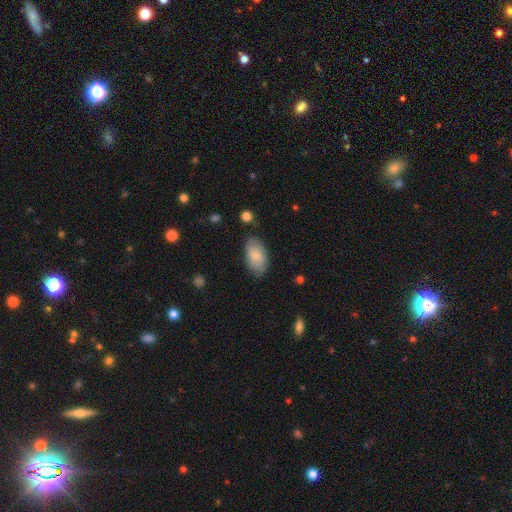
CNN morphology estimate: This is clearly a smooth galaxy (81%). How rounded: clearly in between (94%). Merging: likely none (78%).